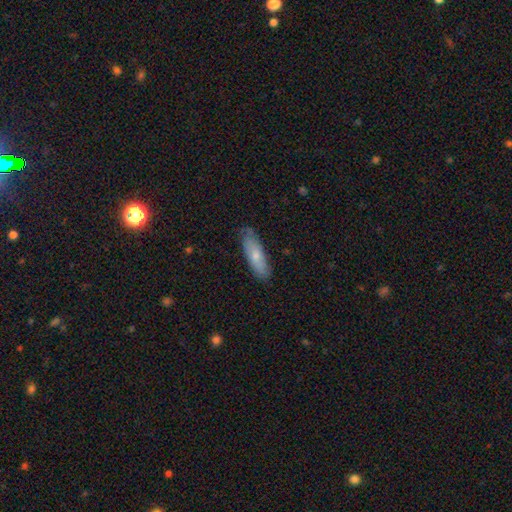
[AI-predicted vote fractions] This appears to be a smooth galaxy with no disk features (65%) that is cigar-shaped (50%). Merging: none (77%).